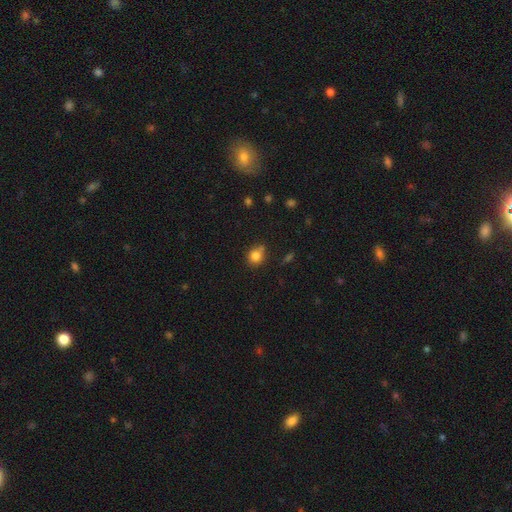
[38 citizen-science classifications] smooth_or_featured: smooth (p=0.82) [alt: featured or disk p=0.13]
how_rounded: round (p=0.81) [alt: in between p=0.19]
merging: none (p=0.61) [alt: merger p=0.19]